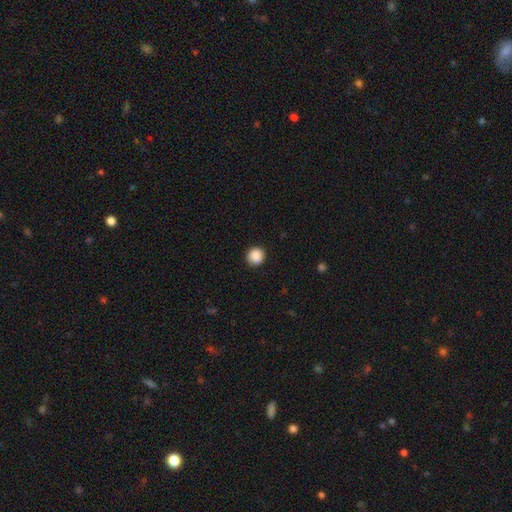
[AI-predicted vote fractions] Q: Smooth or featured?
A: smooth (88%); runner-up: star or artifact (9%)
Q: How rounded?
A: round (89%); runner-up: in between (10%)
Q: Merging?
A: none (87%); runner-up: minor disturbance (10%)